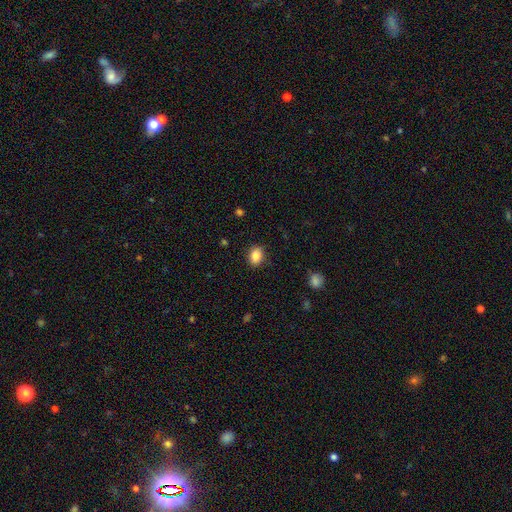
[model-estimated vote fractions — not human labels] smooth 86%, star or artifact 9%, featured or disk 5%. Down the decision tree: how rounded — in between (65%); merging — none (87%).